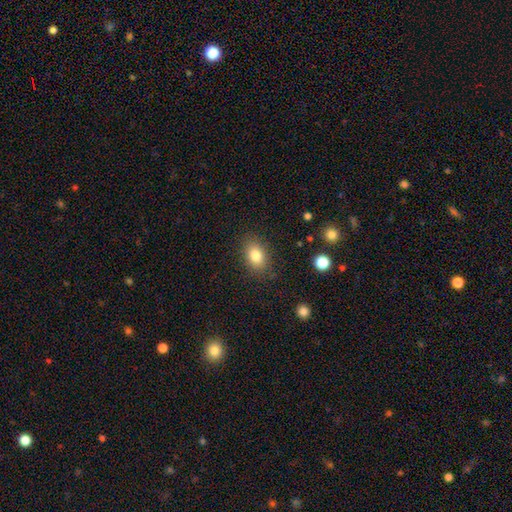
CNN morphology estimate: This appears to be a smooth galaxy with no disk features (82%) that is in between round and cigar-shaped (81%). Merging: none (85%).